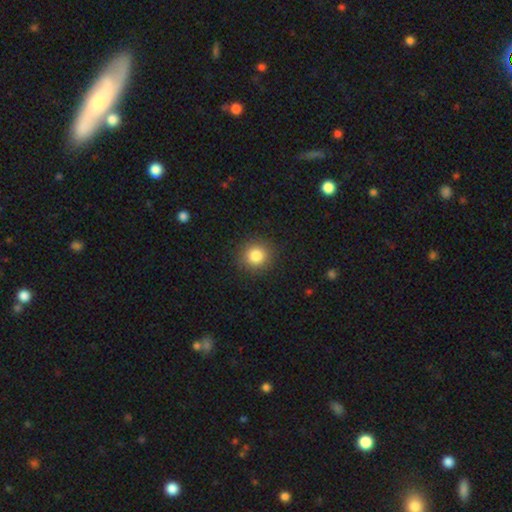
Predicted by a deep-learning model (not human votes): Smooth or featured: smooth — 84% (star or artifact — 10%)
How rounded: round — 92% (in between — 7%)
Merging: none — 90% (minor disturbance — 7%)